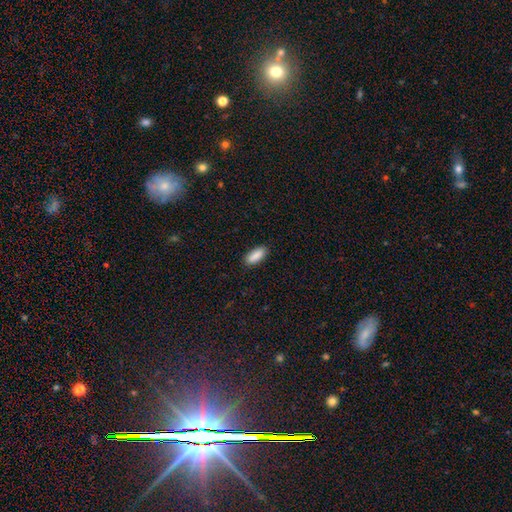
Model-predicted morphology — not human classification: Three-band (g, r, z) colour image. It shows a smooth galaxy with no disk features (89%) that is in between round and cigar-shaped (78%). Merging: none (88%).